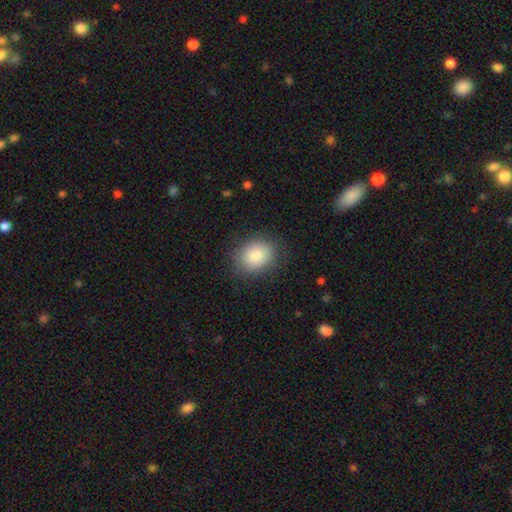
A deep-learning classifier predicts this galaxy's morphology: This appears to be a smooth galaxy with no disk features (84%) that is round (55%). Merging: none (82%).